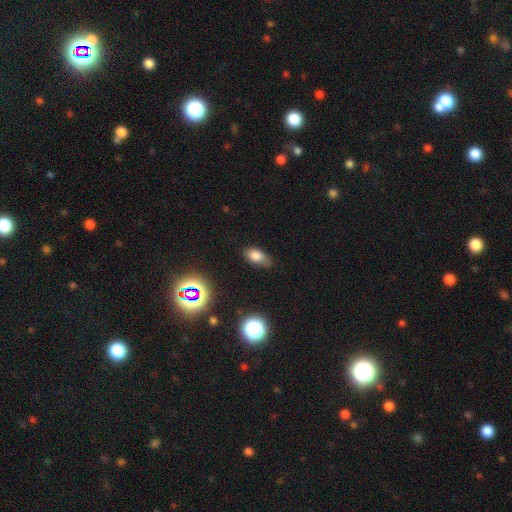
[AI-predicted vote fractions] Morphology: type=smooth (76%); roundness=in between (89%); merging=none (64%).